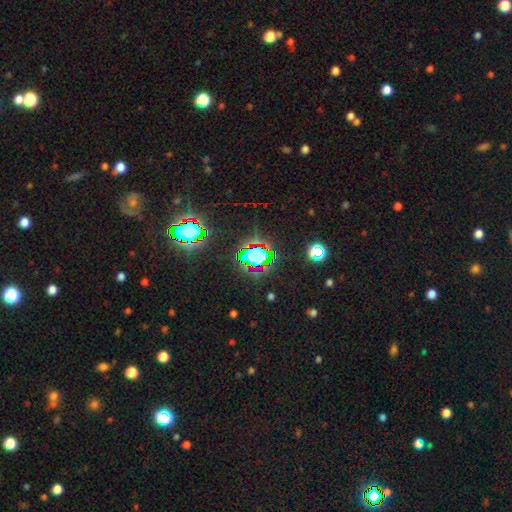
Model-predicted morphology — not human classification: Smooth or featured?
  - star or artifact: 66% *
  - smooth: 22%
  - featured or disk: 12%